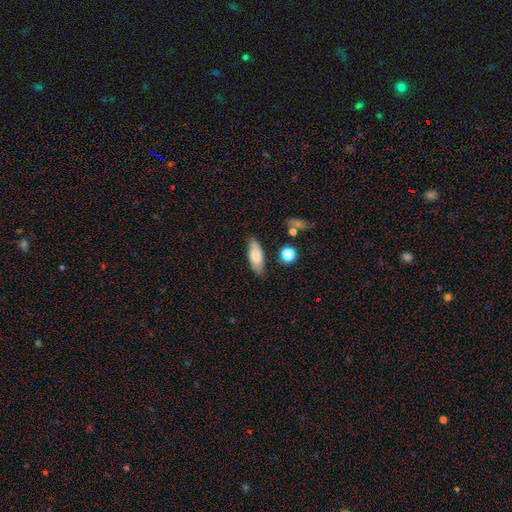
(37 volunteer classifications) Smooth or featured? 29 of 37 (78%) said smooth. How rounded? 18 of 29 (62%) said in between. Merging? 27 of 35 (77%) said none.